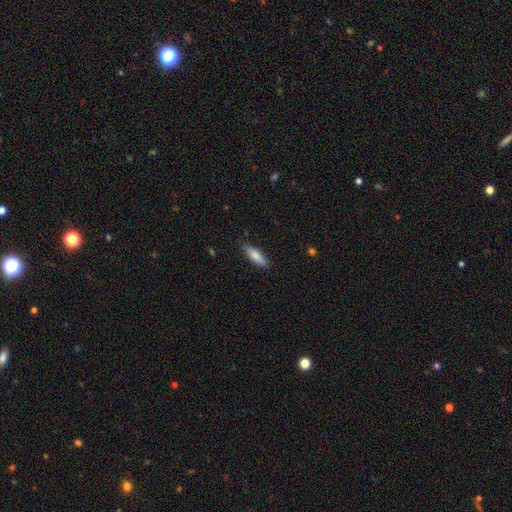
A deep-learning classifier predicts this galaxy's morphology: Smooth or featured: smooth — 82% (featured or disk — 12%)
How rounded: cigar-shaped — 54% (in between — 45%)
Merging: none — 85% (minor disturbance — 12%)